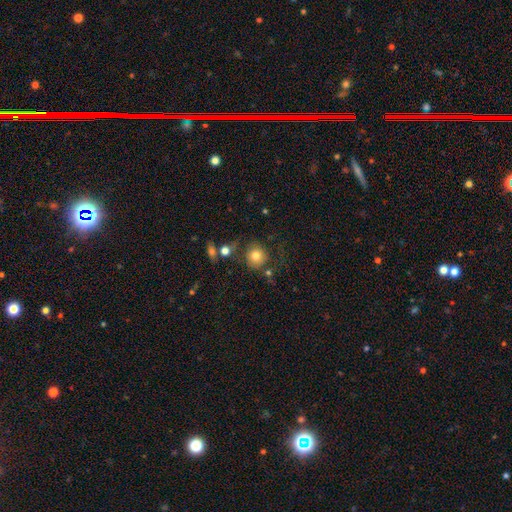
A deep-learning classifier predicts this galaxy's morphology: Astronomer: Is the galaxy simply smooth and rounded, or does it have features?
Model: smooth — 76%.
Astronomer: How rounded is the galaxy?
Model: round — 89%.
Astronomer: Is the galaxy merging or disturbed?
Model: none — 65%.